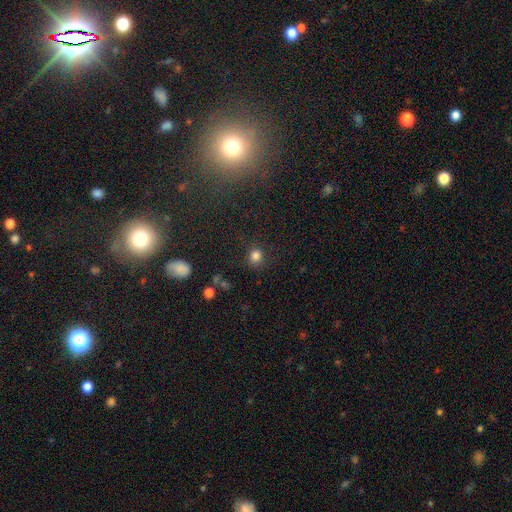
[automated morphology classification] smooth_or_featured: smooth (p=0.81) [alt: star or artifact p=0.14]
how_rounded: round (p=0.87) [alt: in between p=0.12]
merging: none (p=0.82) [alt: minor disturbance p=0.11]